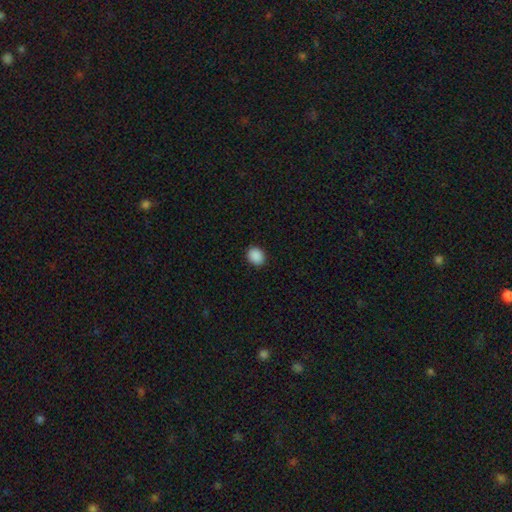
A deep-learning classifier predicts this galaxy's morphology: smooth 90%, star or artifact 8%, featured or disk 2%. Down the decision tree: how rounded — round (58%); merging — none (90%).